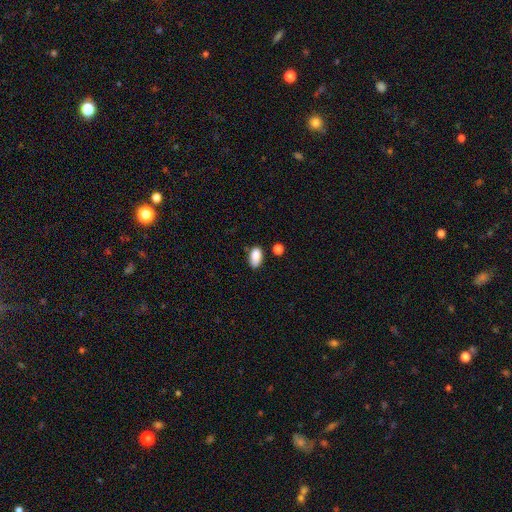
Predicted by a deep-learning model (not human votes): Smooth or featured? Predicted: smooth (p=0.88). How rounded? Predicted: in between (p=0.92). Merging? Predicted: none (p=0.72).